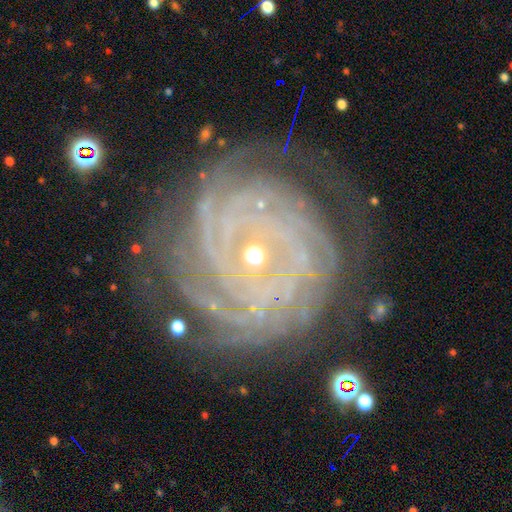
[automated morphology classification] This appears to be a featured or disk galaxy (88%) with no bar (66%), more than 4 (25%) tight (87%) spiral arms (97%) and a small central bulge (78%). Merging: none (76%).